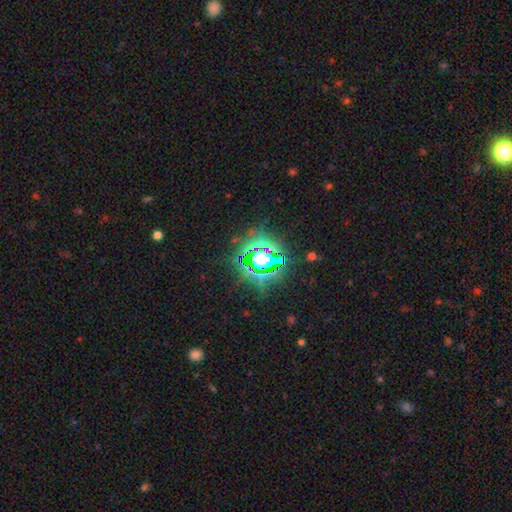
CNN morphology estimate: A star or artifact, not a galaxy (84%).

Vote fractions:
- Smooth or featured? star or artifact: 84% / smooth: 11% / featured or disk: 6%